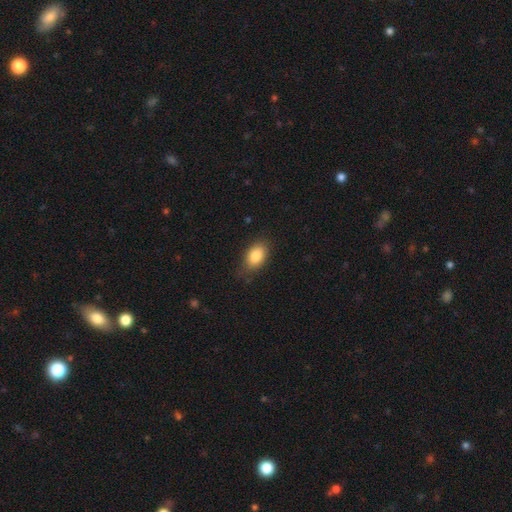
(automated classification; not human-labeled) smooth 85%, star or artifact 8%, featured or disk 7%. Down the decision tree: how rounded — in between (89%); merging — none (79%).